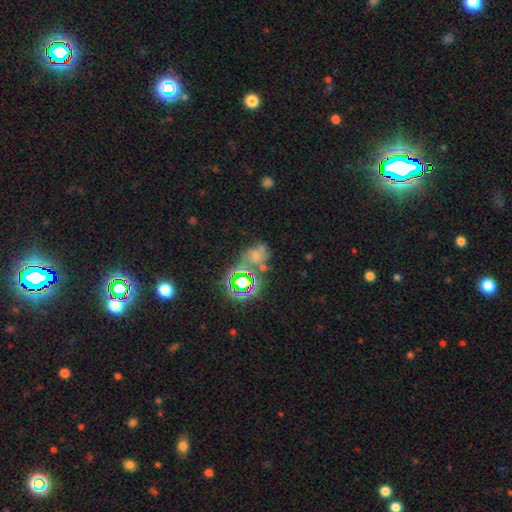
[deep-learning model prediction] This is marginally a star or artifact rather than a galaxy (35%).